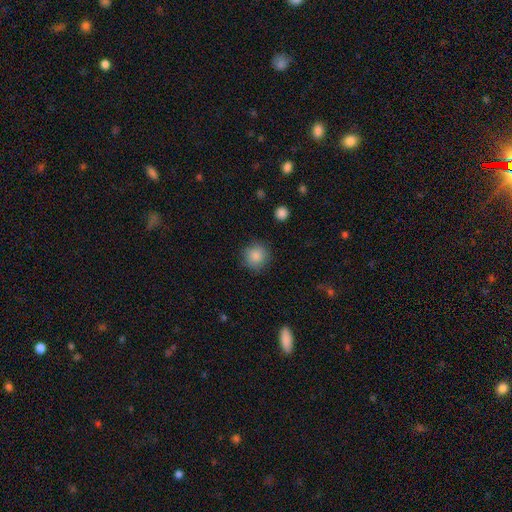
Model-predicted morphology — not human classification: smooth 86%, star or artifact 9%, featured or disk 5%. Down the decision tree: how rounded — round (93%); merging — none (87%).